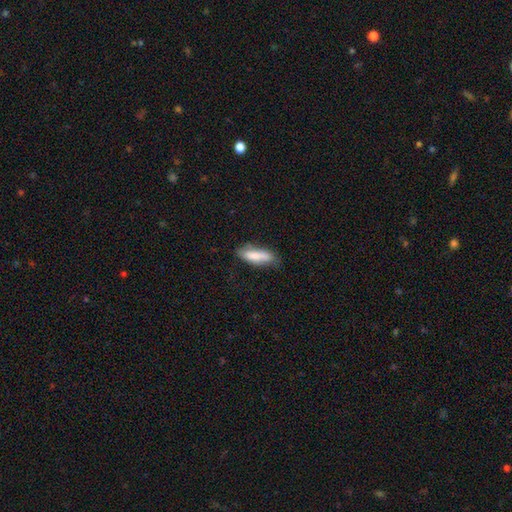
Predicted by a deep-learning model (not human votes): smooth-or-featured: smooth: 79% | featured or disk: 15% | star or artifact: 6%
  how-rounded: in between: 51% | cigar-shaped: 47% | round: 2%
  merging: none: 64% | minor disturbance: 27% | major disturbance: 6% | merger: 3%